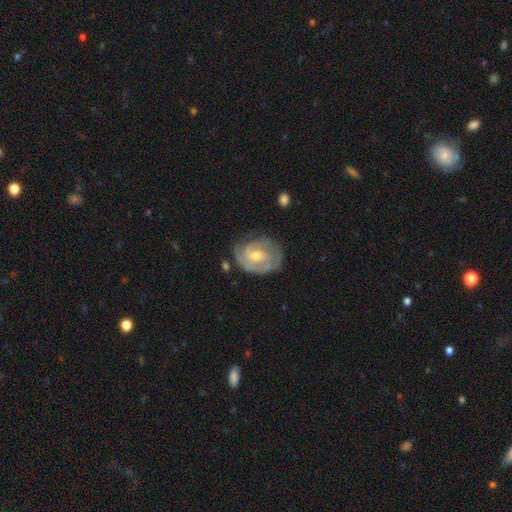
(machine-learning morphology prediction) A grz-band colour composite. It shows a featured or disk galaxy (87%) with no bar (56%), 2 (39%) tight (67%) spiral arms (96%) and a moderate central bulge (52%). Merging: none (71%).